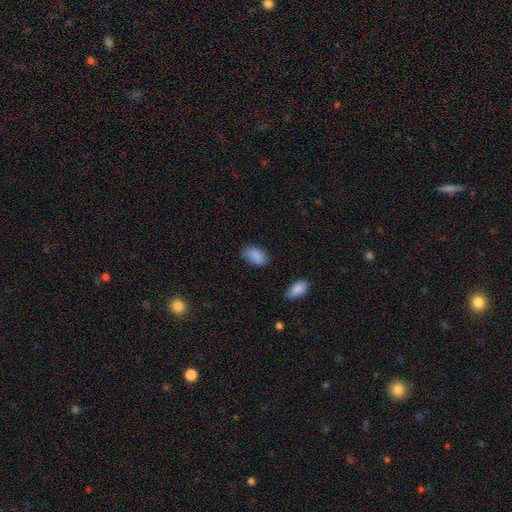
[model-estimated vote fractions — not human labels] This is clearly a smooth galaxy (87%). How rounded: clearly in between (90%). Merging: likely none (70%).